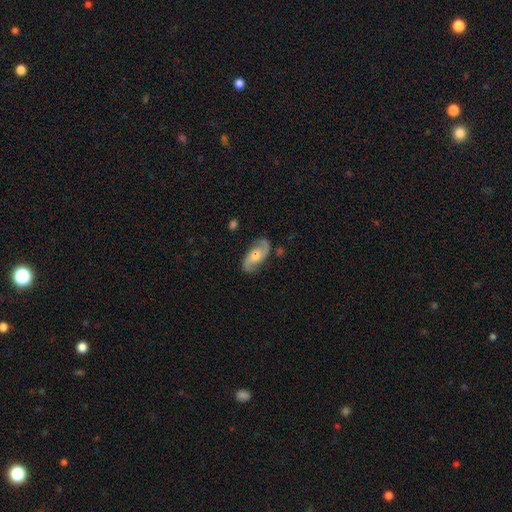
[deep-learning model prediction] Q: Smooth or featured?
A: featured or disk (81%); runner-up: smooth (14%)
Q: Edge-on disk?
A: no (97%); runner-up: yes (3%)
Q: Bar?
A: no (62%); runner-up: weak (31%)
Q: Spiral arms?
A: yes (96%); runner-up: no (4%)
Q: Spiral winding?
A: medium (48%); runner-up: loose (32%)
Q: Spiral arm count?
A: 2 (91%); runner-up: can't tell (3%)
Q: Bulge size?
A: small (47%); runner-up: moderate (40%)
Q: Merging?
A: none (79%); runner-up: minor disturbance (14%)